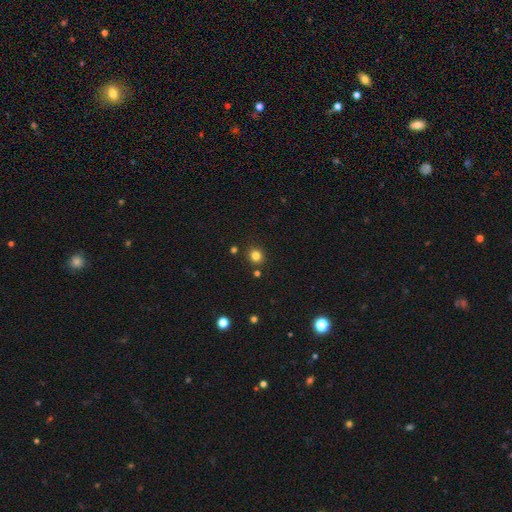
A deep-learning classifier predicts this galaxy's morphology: A smooth galaxy with no disk features (81%) that is round (84%).

Vote fractions:
- Smooth or featured? smooth: 81% / star or artifact: 14% / featured or disk: 5%
- How rounded? round: 84% / in between: 15% / cigar-shaped: 1%
- Merging? none: 87% / minor disturbance: 7% / merger: 4% / major disturbance: 2%